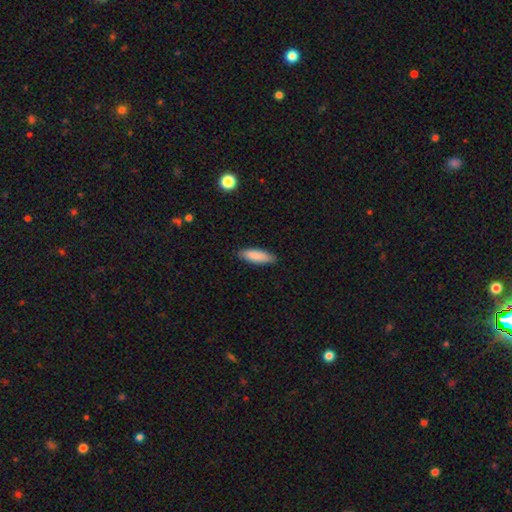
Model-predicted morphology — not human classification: Smooth or featured: smooth — 87% (featured or disk — 7%)
How rounded: in between — 57% (cigar-shaped — 41%)
Merging: none — 85% (minor disturbance — 12%)